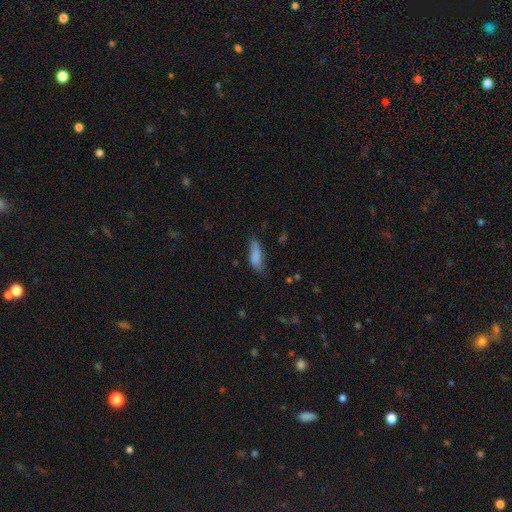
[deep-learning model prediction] Smooth or featured?
  - smooth: 81% *
  - featured or disk: 11%
  - star or artifact: 7%
How rounded?
  - in between: 59% *
  - cigar-shaped: 39%
  - round: 2%
Merging?
  - none: 58% *
  - minor disturbance: 31%
  - major disturbance: 9%
  - merger: 3%